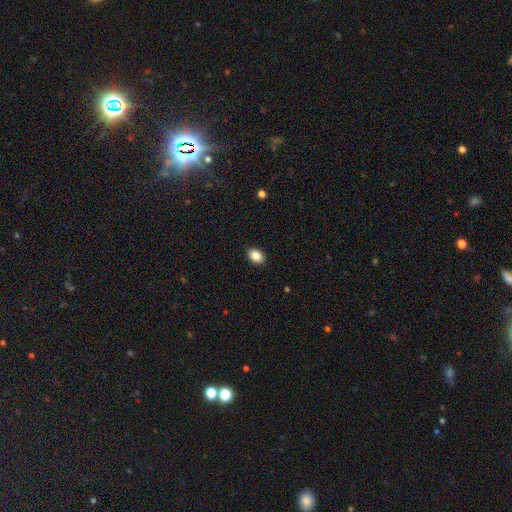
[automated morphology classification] Smooth or featured?
  - smooth: 87% *
  - star or artifact: 8%
  - featured or disk: 5%
How rounded?
  - in between: 81% *
  - round: 17%
  - cigar-shaped: 1%
Merging?
  - none: 90% *
  - minor disturbance: 7%
  - major disturbance: 2%
  - merger: 1%